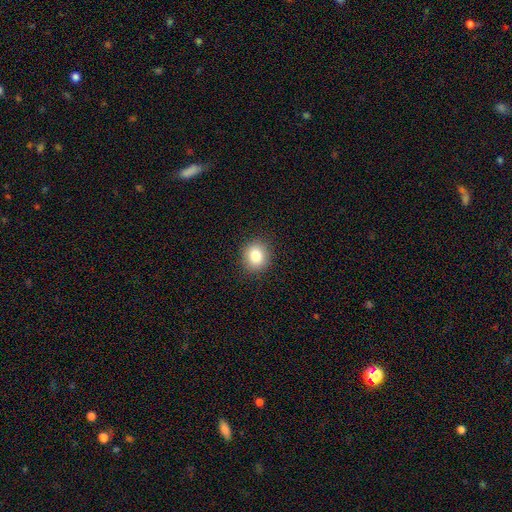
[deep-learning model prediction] A smooth galaxy with no disk features (82%) that is round (76%). Merging: none (90%).